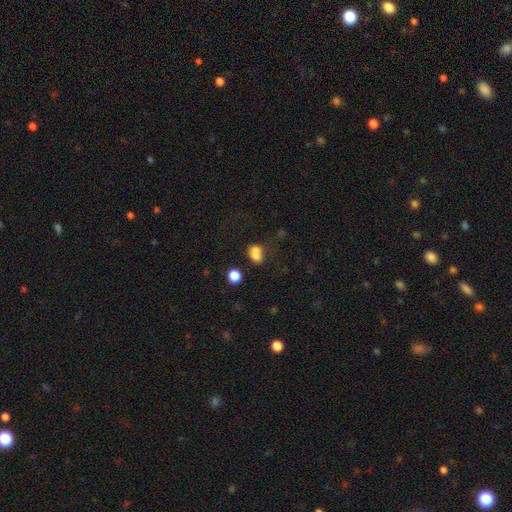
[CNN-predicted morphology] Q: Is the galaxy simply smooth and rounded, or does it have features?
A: smooth — 75%.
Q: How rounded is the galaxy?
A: in between — 57%.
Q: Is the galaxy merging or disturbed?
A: merger — 49%.